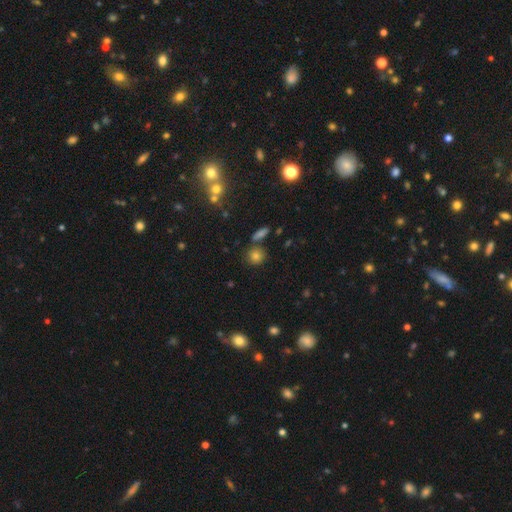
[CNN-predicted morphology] Overall: smooth (77%). How rounded: round (85%). Merging: none (74%).